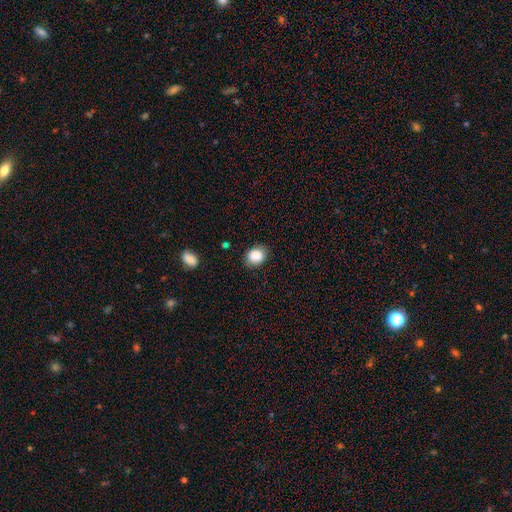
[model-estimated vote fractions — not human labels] A smooth galaxy with no disk features (87%) that is round (60%). Merging: none (78%).